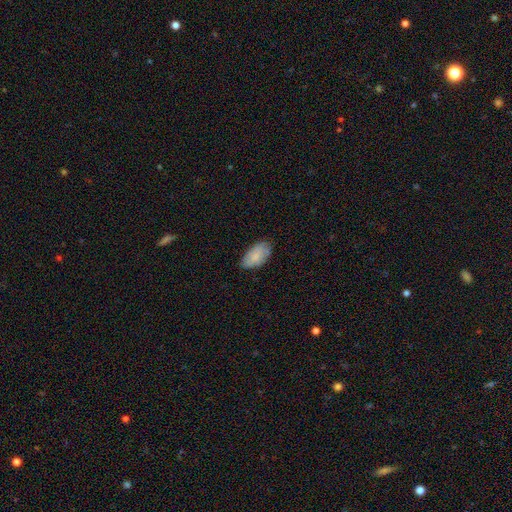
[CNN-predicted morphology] type=smooth (81%); roundness=in between (94%); merging=none (77%).